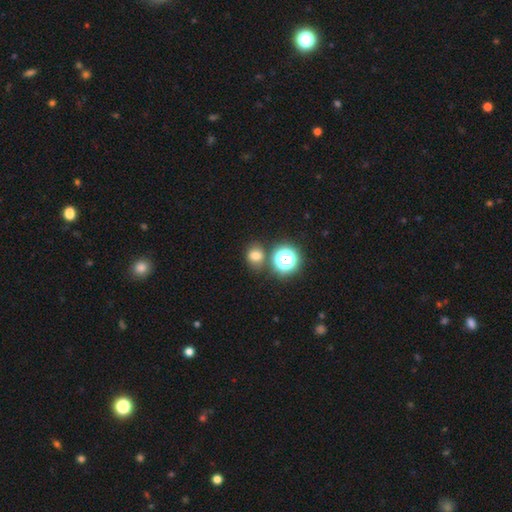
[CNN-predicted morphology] smooth 70%, star or artifact 22%, featured or disk 7%. Down the decision tree: how rounded — round (71%); merging — none (71%).